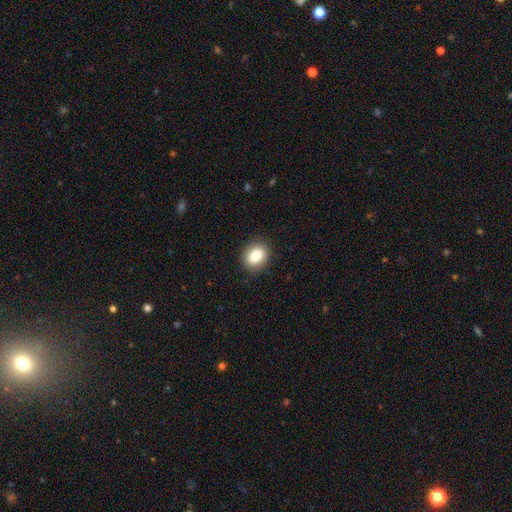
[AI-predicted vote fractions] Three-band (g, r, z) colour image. It shows a smooth galaxy with no disk features (86%) that is in between round and cigar-shaped (54%). Merging: none (88%).